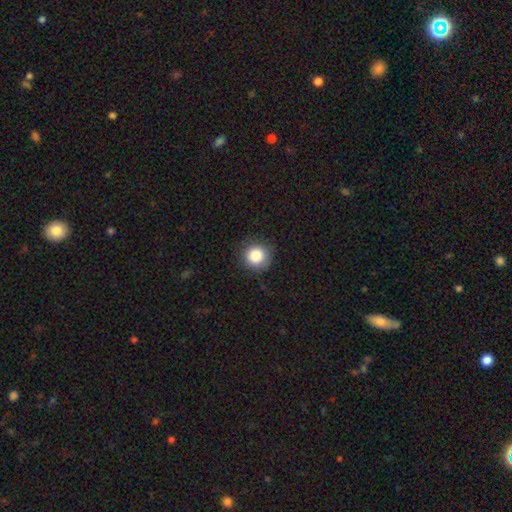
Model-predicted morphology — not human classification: A smooth galaxy with no disk features (85%) that is round (93%). Merging: none (88%).